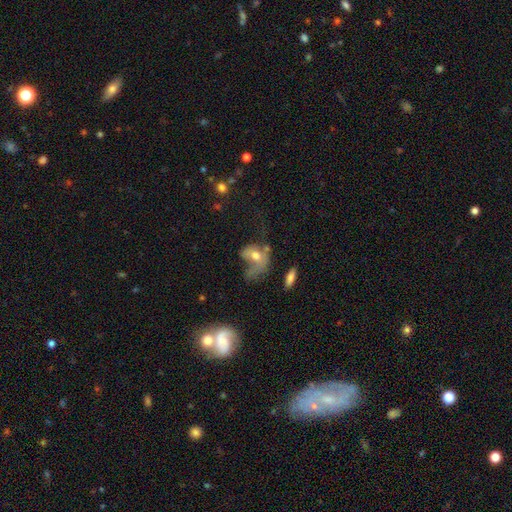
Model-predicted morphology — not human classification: This is possibly a smooth galaxy (49%). Merging: possibly major disturbance (53%).